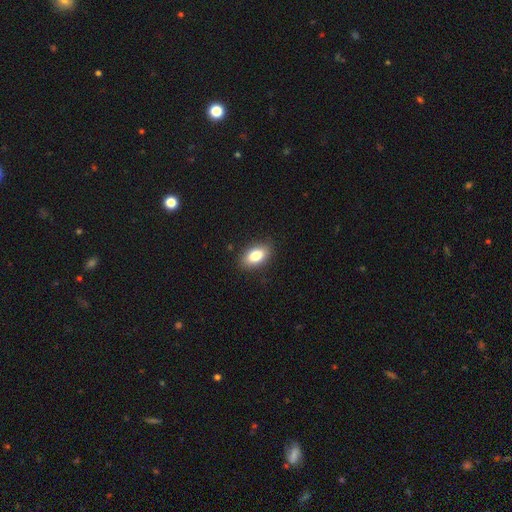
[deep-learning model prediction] The model was most divided on "smooth or featured": smooth: 82%, featured or disk: 10%, star or artifact: 8%. More confident: how rounded — in between (90%); merging — none (88%).